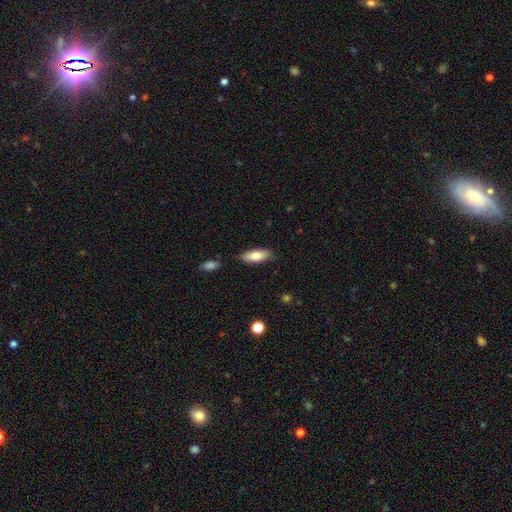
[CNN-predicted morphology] Overall: smooth (77%). How rounded: in between (69%; cigar-shaped 29%). Merging: none (82%).